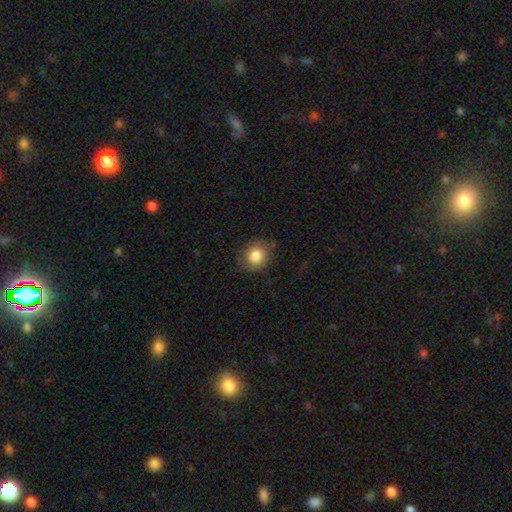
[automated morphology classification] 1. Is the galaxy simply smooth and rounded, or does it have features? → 83% smooth, 8% featured or disk, 8% star or artifact.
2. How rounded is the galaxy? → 65% round, 34% in between, 1% cigar-shaped.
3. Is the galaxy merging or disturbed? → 77% none, 17% minor disturbance, 5% major disturbance, 1% merger.